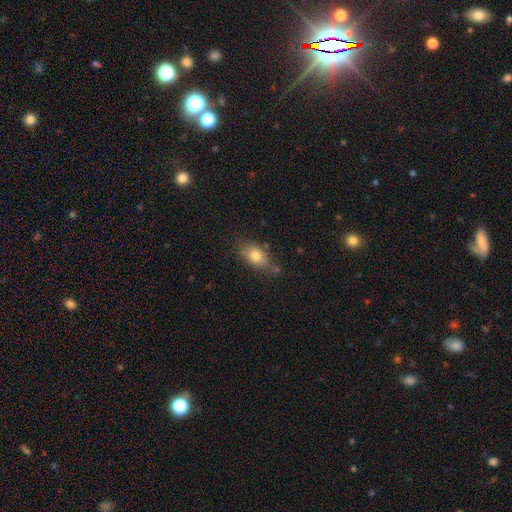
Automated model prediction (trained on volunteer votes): This appears to be a smooth galaxy with no disk features (78%) that is in between round and cigar-shaped (83%). Merging: none (66%).